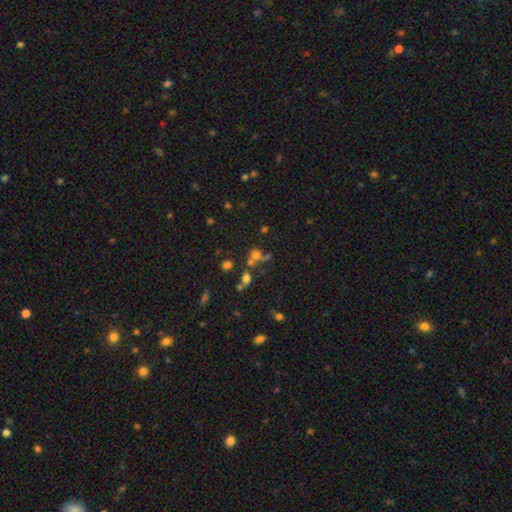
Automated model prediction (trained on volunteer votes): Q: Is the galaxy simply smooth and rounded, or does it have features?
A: smooth — 59%.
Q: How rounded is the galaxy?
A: round — 77%.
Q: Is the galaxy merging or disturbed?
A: none — 46%.